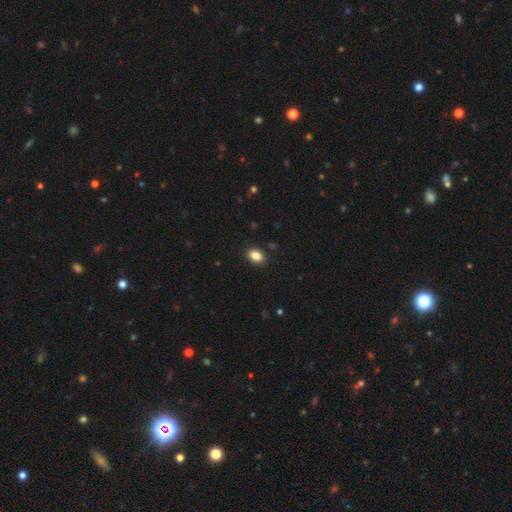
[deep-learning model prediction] This appears to be a smooth galaxy with no disk features (86%) that is in between round and cigar-shaped (80%). Merging: none (89%).